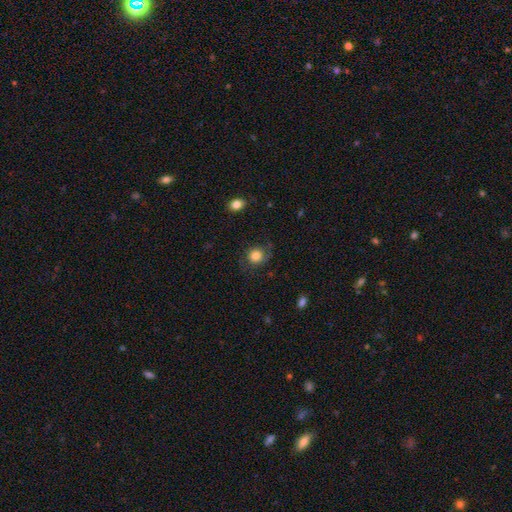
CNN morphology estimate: type=smooth (73%); roundness=round (83%); merging=none (65%).